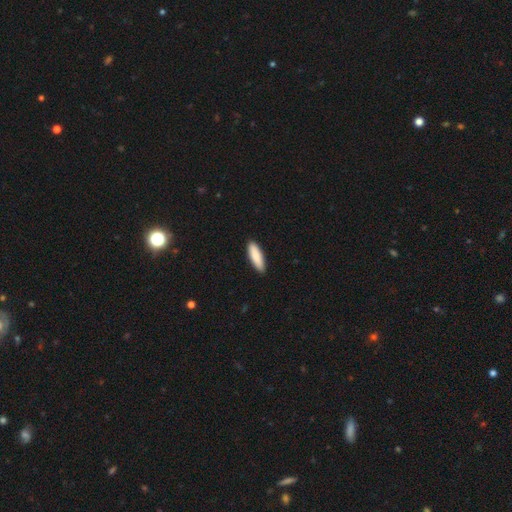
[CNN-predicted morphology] A smooth galaxy with no disk features (88%) that is cigar-shaped (55%).

Vote fractions:
- Smooth or featured? smooth: 88% / featured or disk: 6% / star or artifact: 5%
- How rounded? cigar-shaped: 55% / in between: 43% / round: 1%
- Merging? none: 90% / minor disturbance: 8% / major disturbance: 1% / merger: 1%